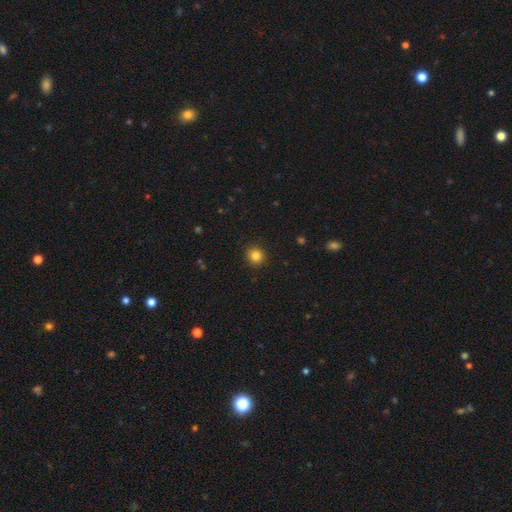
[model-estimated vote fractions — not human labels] smooth 84%, star or artifact 11%, featured or disk 5%. Down the decision tree: how rounded — round (90%); merging — none (91%).